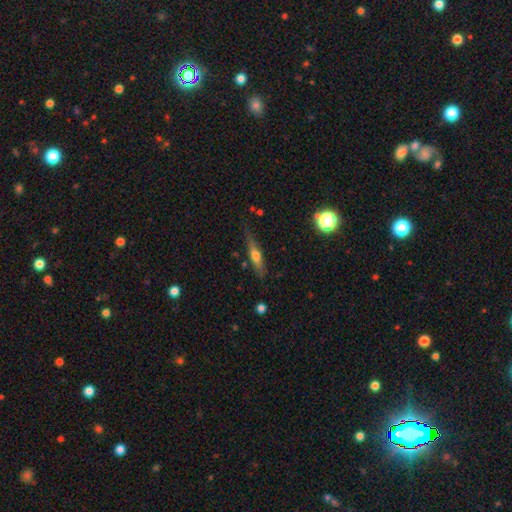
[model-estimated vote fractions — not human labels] Smooth or featured: featured or disk — 53% (smooth — 40%)
Edge-on disk: yes — 92% (no — 8%)
Merging: none — 78% (minor disturbance — 16%)